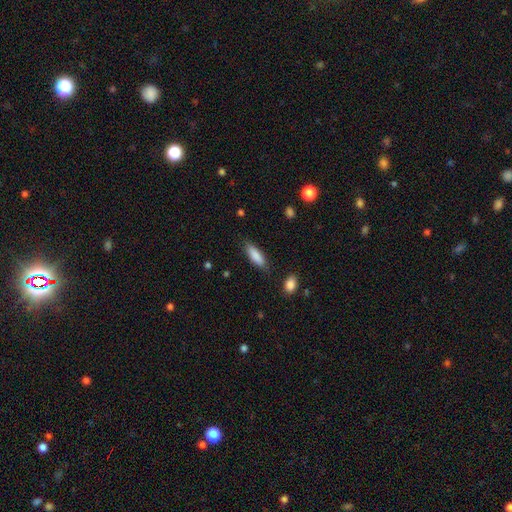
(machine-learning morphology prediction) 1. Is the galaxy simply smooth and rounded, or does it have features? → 87% smooth, 7% featured or disk, 6% star or artifact.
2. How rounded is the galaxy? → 53% in between, 46% cigar-shaped, 2% round.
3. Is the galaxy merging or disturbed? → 83% none, 12% minor disturbance, 3% major disturbance, 2% merger.